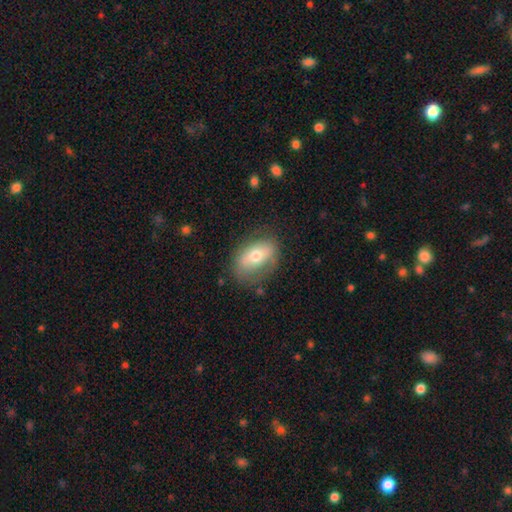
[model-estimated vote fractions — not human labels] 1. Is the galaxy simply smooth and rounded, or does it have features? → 58% smooth, 34% featured or disk, 7% star or artifact.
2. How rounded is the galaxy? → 84% in between, 14% round, 3% cigar-shaped.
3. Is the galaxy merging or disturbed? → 68% none, 21% minor disturbance, 9% major disturbance, 2% merger.